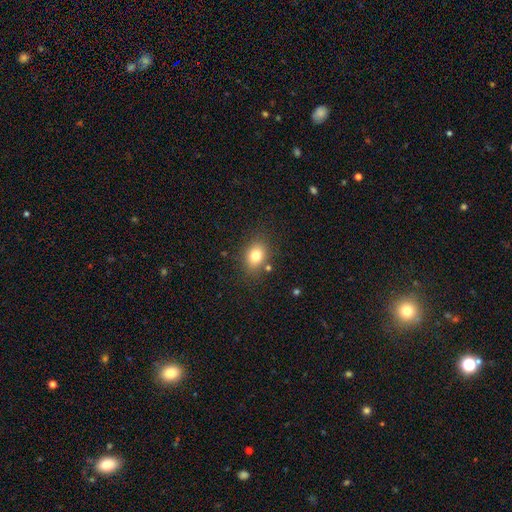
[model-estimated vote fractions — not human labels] smooth_or_featured: smooth (p=0.78) [alt: star or artifact p=0.12]
how_rounded: in between (p=0.59) [alt: round p=0.40]
merging: none (p=0.81) [alt: minor disturbance p=0.12]